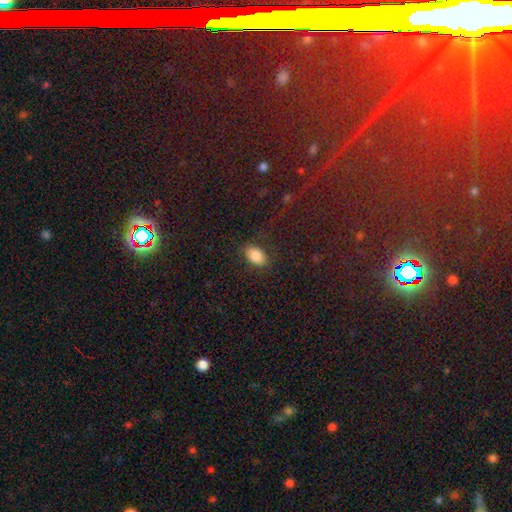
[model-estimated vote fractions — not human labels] smooth-or-featured: smooth: 83% | star or artifact: 8% | featured or disk: 8%
  how-rounded: in between: 90% | round: 9% | cigar-shaped: 2%
  merging: none: 85% | minor disturbance: 11% | major disturbance: 3% | merger: 1%